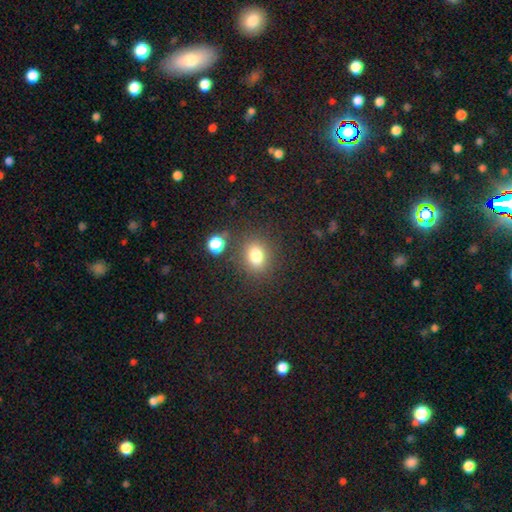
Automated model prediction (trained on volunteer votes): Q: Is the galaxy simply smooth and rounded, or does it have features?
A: smooth — 79%.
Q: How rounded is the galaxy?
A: round — 53%.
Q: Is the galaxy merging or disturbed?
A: none — 80%.